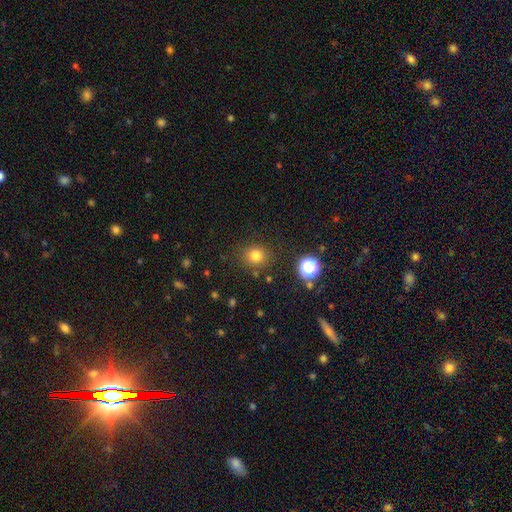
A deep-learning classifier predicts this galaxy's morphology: smooth-or-featured: smooth: 79% | star or artifact: 15% | featured or disk: 6%
  how-rounded: round: 75% | in between: 24% | cigar-shaped: 1%
  merging: none: 83% | minor disturbance: 10% | major disturbance: 4% | merger: 3%